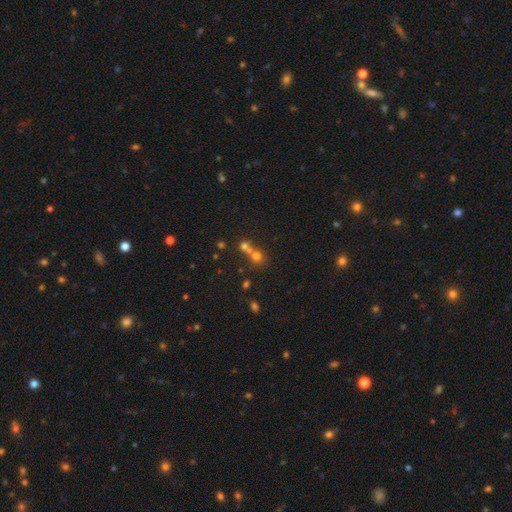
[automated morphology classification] Smooth or featured?
  - smooth: 61% *
  - star or artifact: 23%
  - featured or disk: 15%
How rounded?
  - round: 85% *
  - in between: 14%
  - cigar-shaped: 1%
Merging?
  - merger: 51% *
  - none: 40%
  - minor disturbance: 6%
  - major disturbance: 3%